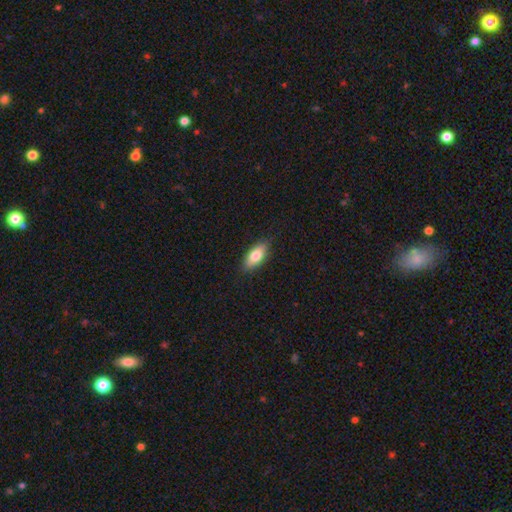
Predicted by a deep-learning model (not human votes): smooth_or_featured: smooth (p=0.78) [alt: featured or disk p=0.16]
how_rounded: in between (p=0.81) [alt: cigar-shaped p=0.17]
merging: none (p=0.86) [alt: minor disturbance p=0.11]